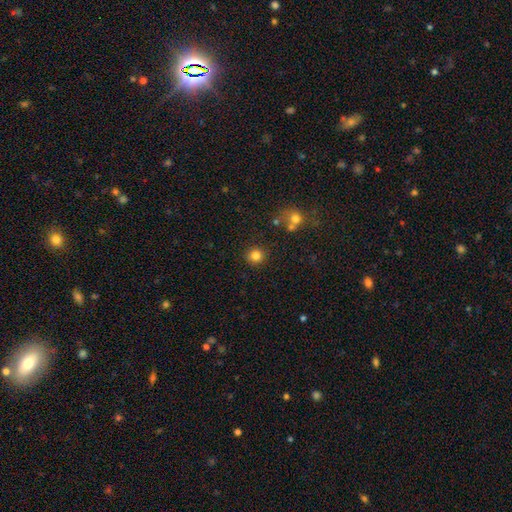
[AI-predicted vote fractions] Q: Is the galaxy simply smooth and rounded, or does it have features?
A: smooth — 83%.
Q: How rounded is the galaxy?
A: round — 92%.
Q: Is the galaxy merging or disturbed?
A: none — 89%.